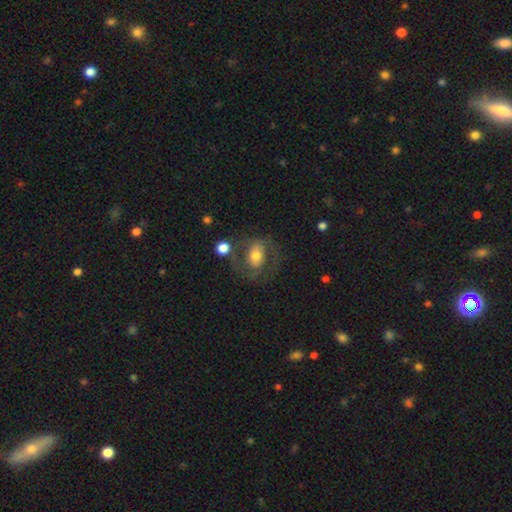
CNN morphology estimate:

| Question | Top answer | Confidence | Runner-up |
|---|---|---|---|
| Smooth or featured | featured or disk | 47% | smooth (45%) |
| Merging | none | 53% | minor disturbance (20%) |